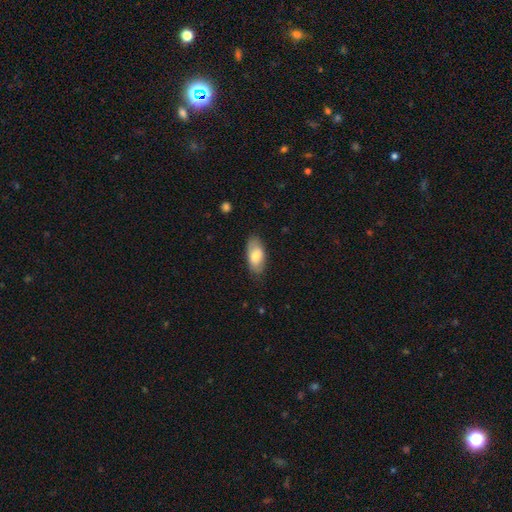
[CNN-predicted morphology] type=smooth (79%); roundness=in between (91%); merging=none (79%).